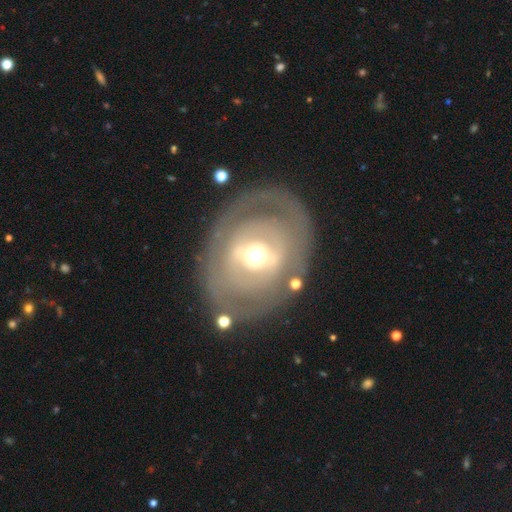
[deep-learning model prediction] Smooth or featured?
  - featured or disk: 72% *
  - smooth: 23%
  - star or artifact: 6%
Edge-on disk?
  - no: 94% *
  - yes: 6%
Bar?
  - weak: 39% *
  - strong: 31%
  - no: 30%
Spiral arms?
  - no: 59% *
  - yes: 41%
Bulge size?
  - moderate: 66% *
  - small: 22%
  - large: 11%
  - dominant: 1%
  - none: 1%
Merging?
  - none: 76% *
  - minor disturbance: 14%
  - major disturbance: 8%
  - merger: 3%